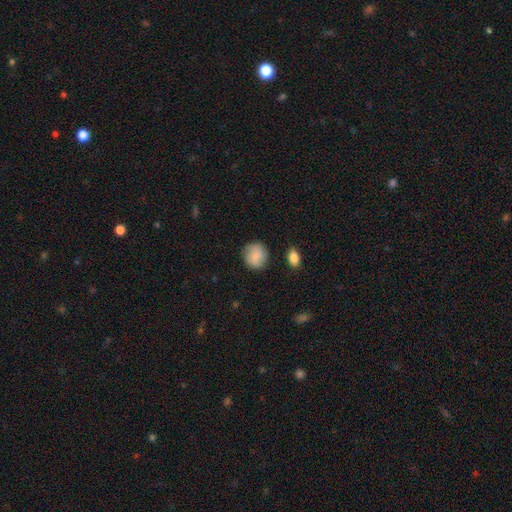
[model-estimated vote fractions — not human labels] The model was most divided on "merging": none: 82%, minor disturbance: 13%, major disturbance: 3%, merger: 2%. More confident: how rounded — round (86%); smooth or featured — smooth (84%).